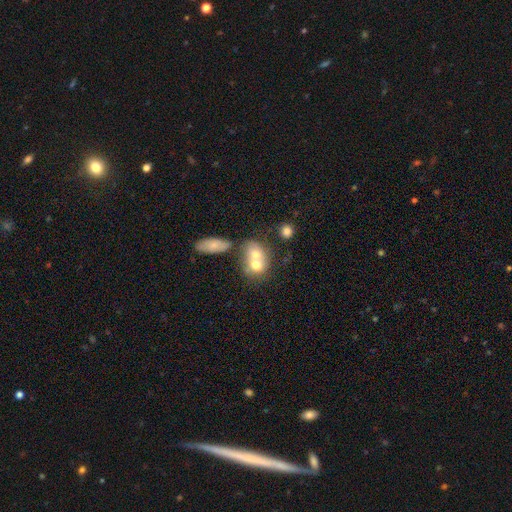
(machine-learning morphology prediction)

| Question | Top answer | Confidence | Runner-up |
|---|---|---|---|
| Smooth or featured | smooth | 64% | featured or disk (25%) |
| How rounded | round | 52% | in between (47%) |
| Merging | merger | 60% | none (27%) |